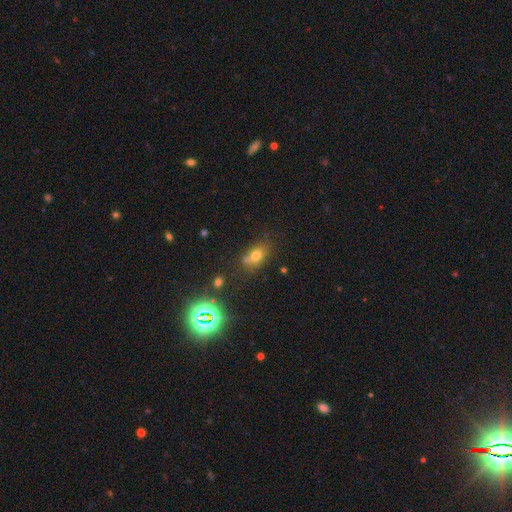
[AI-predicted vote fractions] A smooth galaxy with no disk features (65%) that is in between round and cigar-shaped (63%). Merging: none (58%).